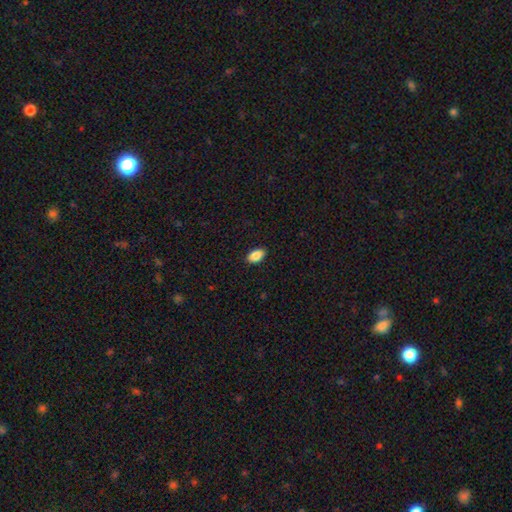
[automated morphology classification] Smooth or featured? smooth (88%)
How rounded? in between (92%)
Merging? none (89%)